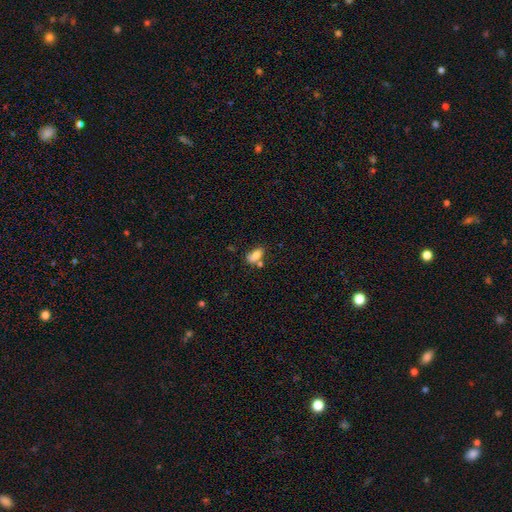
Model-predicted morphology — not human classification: Overall: smooth (75%). How rounded: in between (84%). Merging: none (38%; merger 32%).